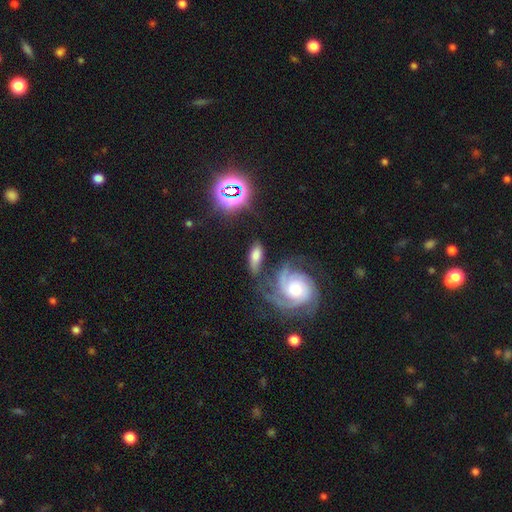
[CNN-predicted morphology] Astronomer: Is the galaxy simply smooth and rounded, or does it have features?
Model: smooth — 54% (runner-up: featured or disk, 32%).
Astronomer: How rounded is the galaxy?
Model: in between — 77%.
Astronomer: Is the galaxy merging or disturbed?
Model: none — 53%.